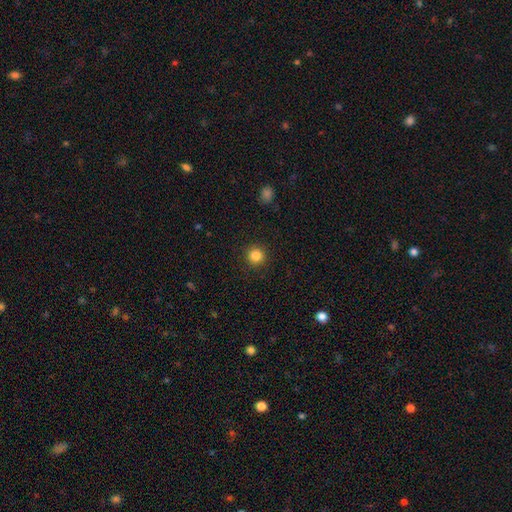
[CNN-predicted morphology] This appears to be a smooth galaxy with no disk features (84%) that is round (95%). Merging: none (92%).